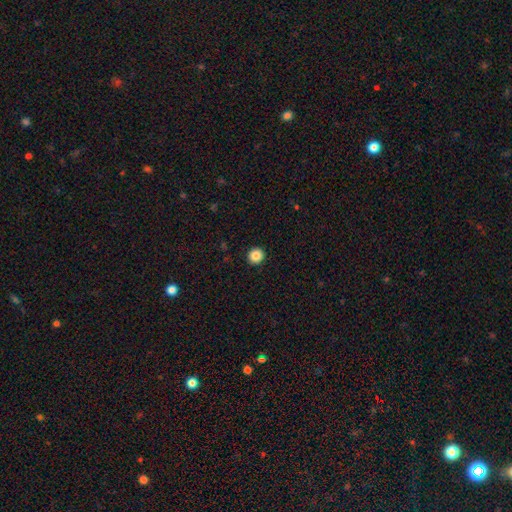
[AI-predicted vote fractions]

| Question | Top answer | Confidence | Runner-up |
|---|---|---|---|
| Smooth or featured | smooth | 87% | star or artifact (10%) |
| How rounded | round | 94% | in between (5%) |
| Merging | none | 93% | minor disturbance (4%) |